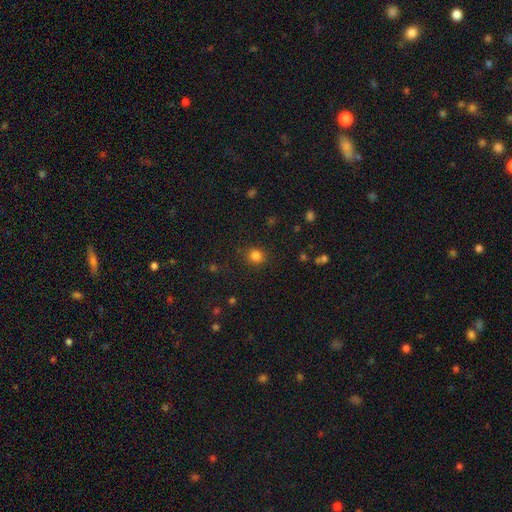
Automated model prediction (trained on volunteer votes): smooth_or_featured: smooth (p=0.82) [alt: star or artifact p=0.13]
how_rounded: round (p=0.82) [alt: in between p=0.17]
merging: none (p=0.88) [alt: minor disturbance p=0.08]